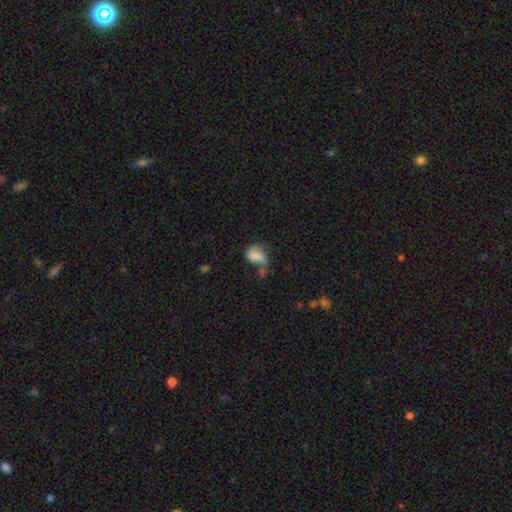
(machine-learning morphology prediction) Overall: smooth (71%). How rounded: in between (80%). Merging: none (29%; minor disturbance 27%).